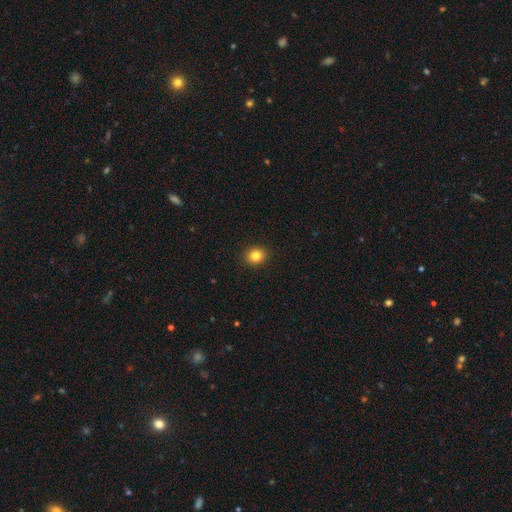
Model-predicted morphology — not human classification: Smooth or featured: smooth — 83% (star or artifact — 11%)
How rounded: round — 71% (in between — 28%)
Merging: none — 92% (minor disturbance — 6%)